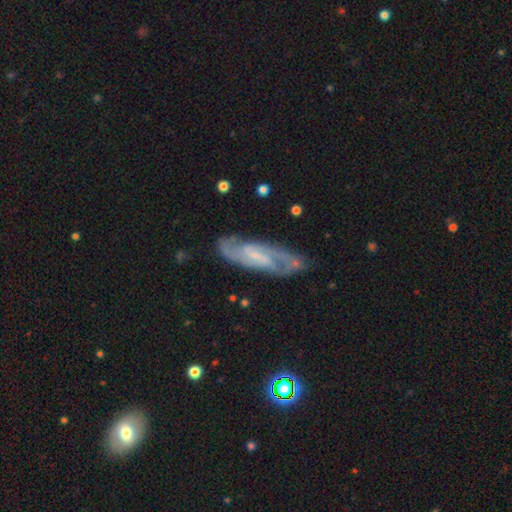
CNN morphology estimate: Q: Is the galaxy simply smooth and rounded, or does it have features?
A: featured or disk — 82%.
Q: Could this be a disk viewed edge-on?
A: no — 88%.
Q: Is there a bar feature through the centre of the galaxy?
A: weak — 48%.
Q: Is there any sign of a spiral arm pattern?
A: yes — 95%.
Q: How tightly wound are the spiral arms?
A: medium — 49%.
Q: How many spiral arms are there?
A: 2 — 77%.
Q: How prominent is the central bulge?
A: small — 57%.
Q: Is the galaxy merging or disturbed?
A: none — 76%.